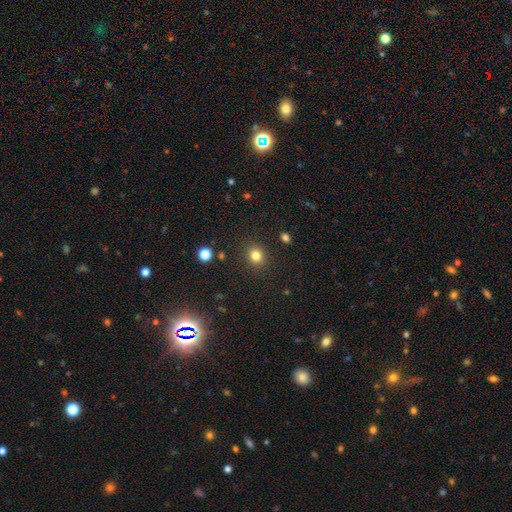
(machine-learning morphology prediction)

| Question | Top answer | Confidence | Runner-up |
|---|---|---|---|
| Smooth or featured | smooth | 81% | star or artifact (14%) |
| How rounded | round | 75% | in between (24%) |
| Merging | none | 88% | minor disturbance (7%) |